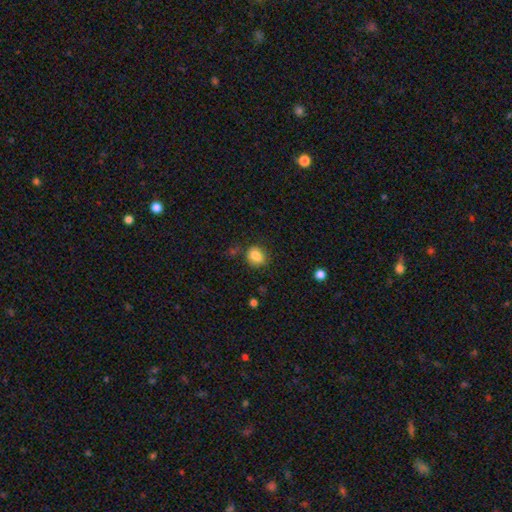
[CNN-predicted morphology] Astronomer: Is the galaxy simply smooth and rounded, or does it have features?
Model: smooth — 84%.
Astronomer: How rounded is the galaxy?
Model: in between — 53% (runner-up: round, 45%).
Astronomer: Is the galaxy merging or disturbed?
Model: none — 71%.